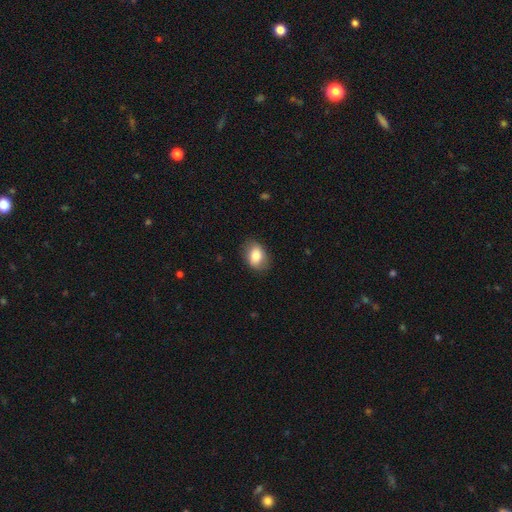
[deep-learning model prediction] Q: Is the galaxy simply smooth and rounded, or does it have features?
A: smooth — 79%.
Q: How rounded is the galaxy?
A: in between — 72%.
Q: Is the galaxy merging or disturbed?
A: none — 82%.